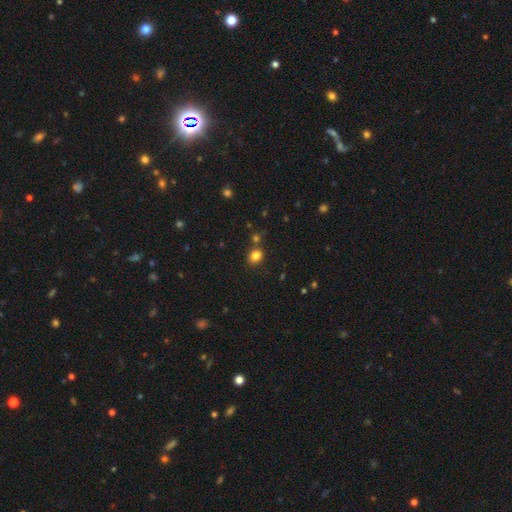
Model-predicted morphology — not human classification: The model was most divided on "how rounded": round: 67%, in between: 32%, cigar-shaped: 1%. More confident: smooth or featured — smooth (82%); merging — none (77%).